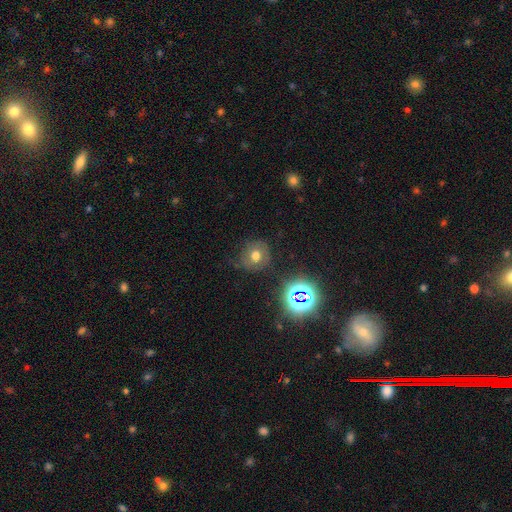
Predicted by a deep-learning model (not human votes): smooth-or-featured: smooth: 58% | star or artifact: 21% | featured or disk: 21%
  how-rounded: round: 83% | in between: 16% | cigar-shaped: 1%
  merging: none: 69% | minor disturbance: 19% | major disturbance: 9% | merger: 2%